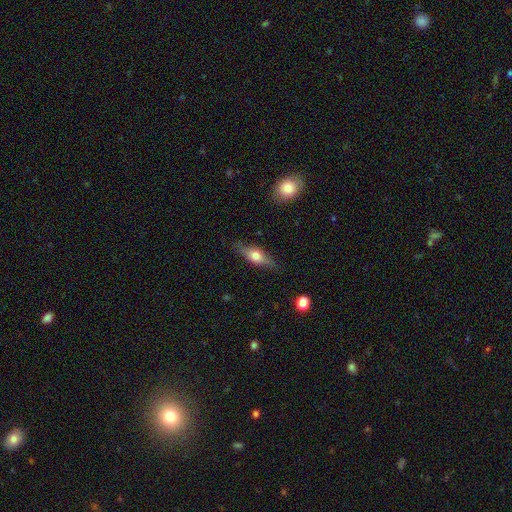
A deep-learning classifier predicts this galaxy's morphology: A smooth galaxy with no disk features (50%). Merging: none (81%).